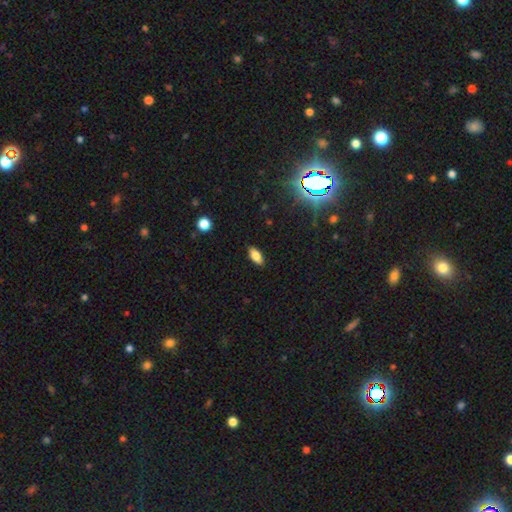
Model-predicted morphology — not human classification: A smooth galaxy with no disk features (79%) that is in between round and cigar-shaped (85%). Merging: none (89%).